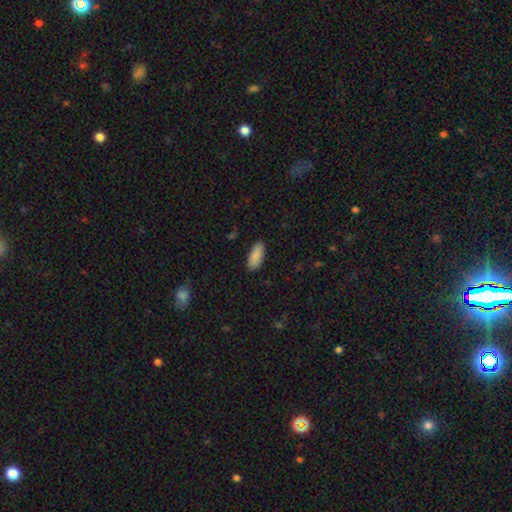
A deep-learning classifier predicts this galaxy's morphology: smooth-or-featured: smooth: 88% | star or artifact: 6% | featured or disk: 6%
  how-rounded: in between: 85% | cigar-shaped: 13% | round: 2%
  merging: none: 87% | minor disturbance: 10% | major disturbance: 2% | merger: 1%